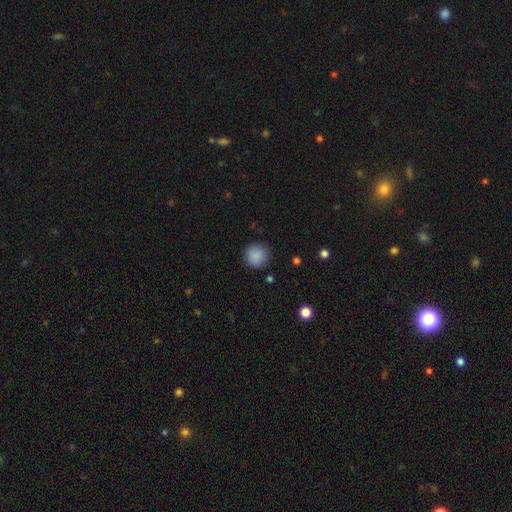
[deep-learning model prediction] Smooth or featured?
  - smooth: 87% *
  - star or artifact: 9%
  - featured or disk: 4%
How rounded?
  - round: 92% *
  - in between: 7%
  - cigar-shaped: 1%
Merging?
  - none: 84% *
  - minor disturbance: 11%
  - major disturbance: 3%
  - merger: 1%